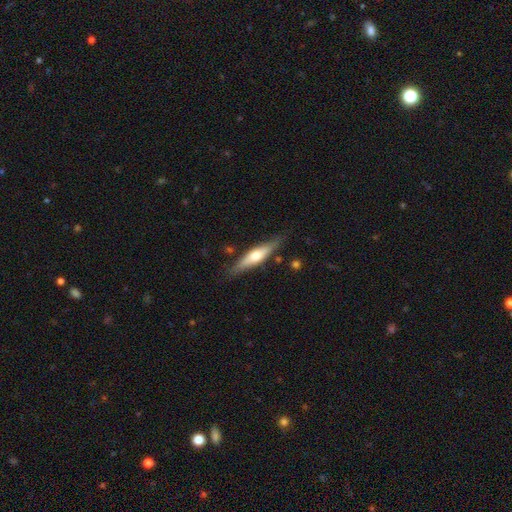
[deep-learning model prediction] A featured or disk galaxy (53%) viewed edge-on (91%). Merging: none (81%).